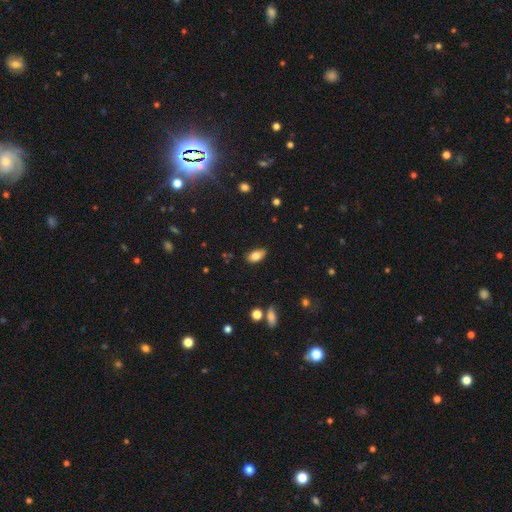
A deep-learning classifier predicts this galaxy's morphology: Smooth or featured: smooth — 80% (featured or disk — 12%)
How rounded: in between — 91% (cigar-shaped — 4%)
Merging: none — 82% (minor disturbance — 14%)